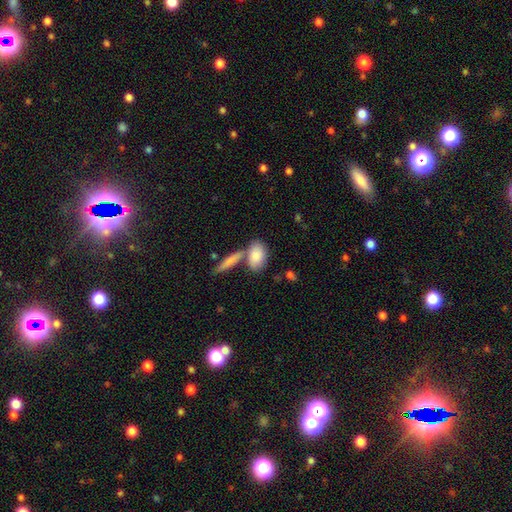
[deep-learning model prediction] A smooth galaxy with no disk features (83%) that is in between round and cigar-shaped (86%). Merging: none (51%).